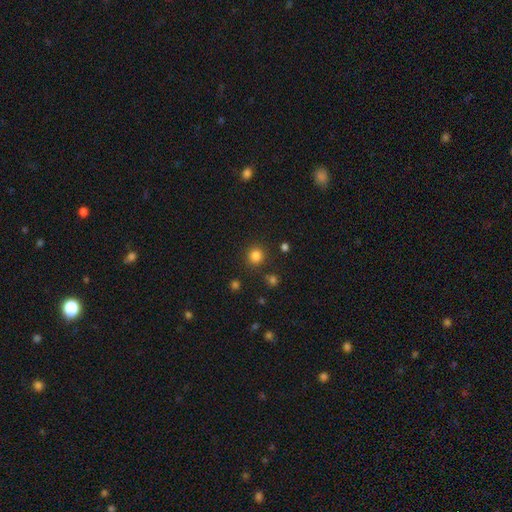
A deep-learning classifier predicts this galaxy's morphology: Smooth or featured? Predicted: smooth (p=0.82). How rounded? Predicted: round (p=0.91). Merging? Predicted: none (p=0.86).